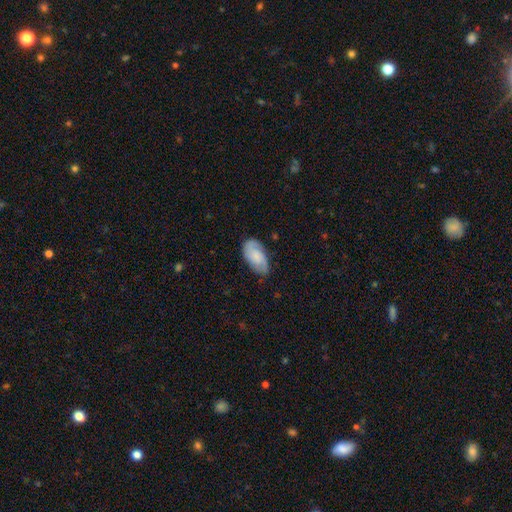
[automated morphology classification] Overall: smooth (49%; featured or disk 44%). Merging: none (74%).